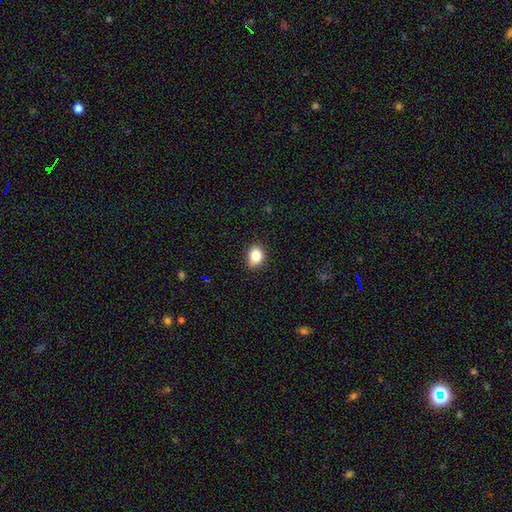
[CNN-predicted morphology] A smooth galaxy with no disk features (85%) that is in between round and cigar-shaped (56%). Merging: none (84%).